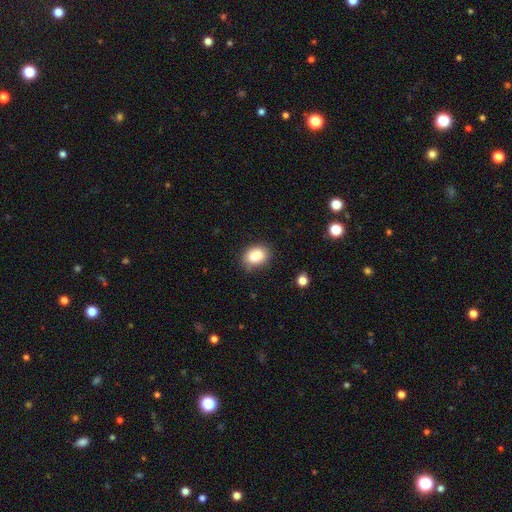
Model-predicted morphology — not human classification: Smooth or featured? Predicted: smooth (p=0.88). How rounded? Predicted: in between (p=0.75). Merging? Predicted: none (p=0.81).